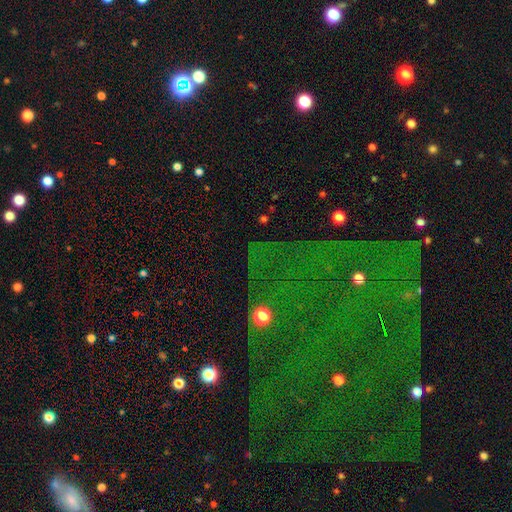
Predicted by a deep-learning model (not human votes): star or artifact 76%, smooth 14%, featured or disk 10%.